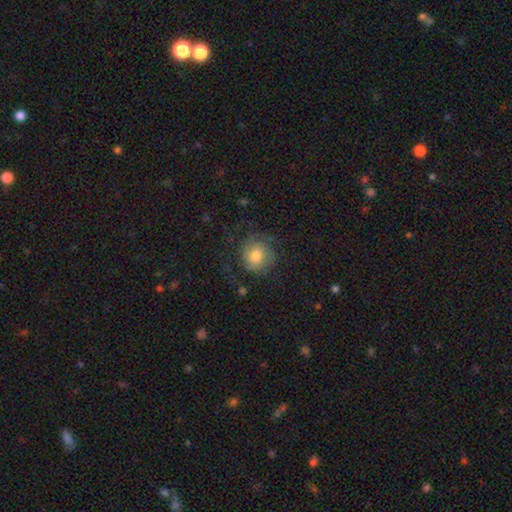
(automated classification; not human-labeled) smooth_or_featured: smooth (p=0.62) [alt: featured or disk p=0.29]
how_rounded: round (p=0.86) [alt: in between p=0.13]
merging: none (p=0.63) [alt: minor disturbance p=0.20]